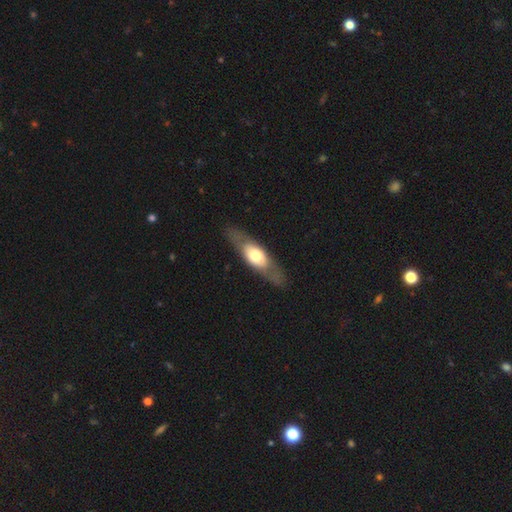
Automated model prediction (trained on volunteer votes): Morphology: type=featured or disk (50%); edge-on=yes (54%); merging=none (81%).